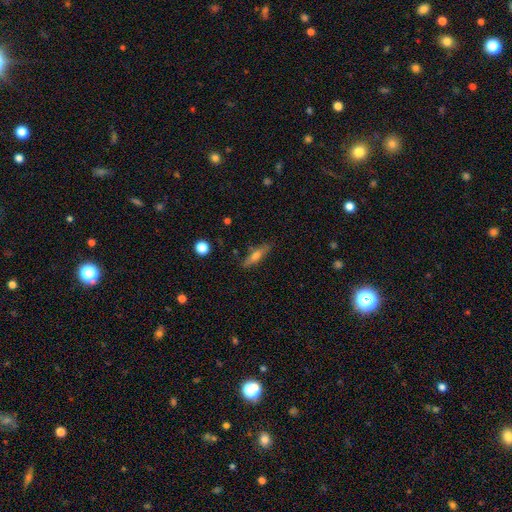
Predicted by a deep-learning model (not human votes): This is possibly a smooth galaxy (56%). How rounded: likely cigar-shaped (69%). Merging: clearly none (80%).